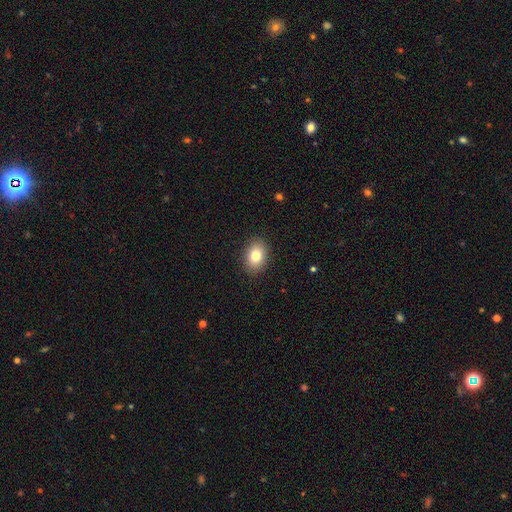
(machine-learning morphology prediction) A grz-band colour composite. It shows a smooth galaxy with no disk features (81%) that is in between round and cigar-shaped (76%). Merging: none (89%).